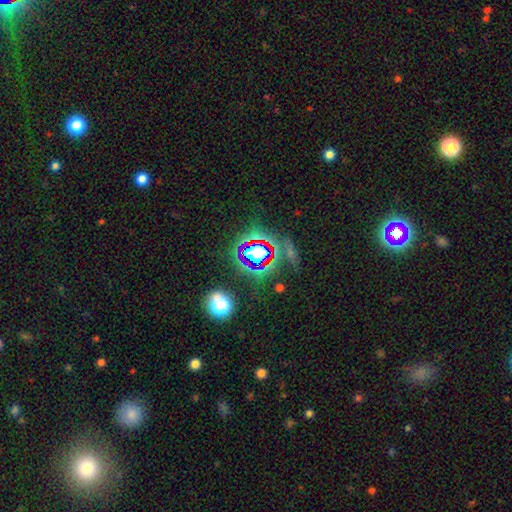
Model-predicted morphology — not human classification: Smooth or featured? star or artifact (64%)